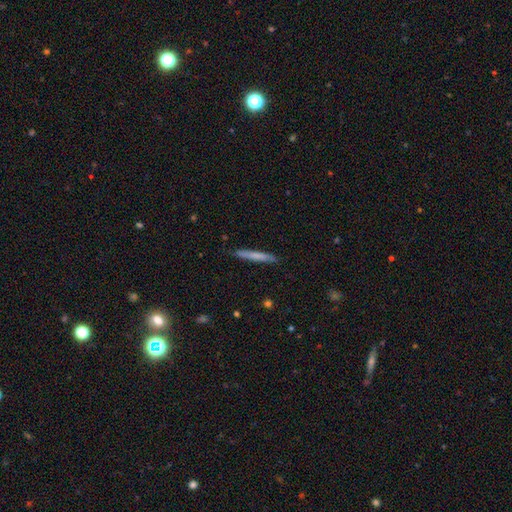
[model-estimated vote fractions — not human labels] smooth-or-featured: smooth: 65% | featured or disk: 30% | star or artifact: 6%
  how-rounded: cigar-shaped: 96% | in between: 2% | round: 1%
  merging: none: 88% | minor disturbance: 9% | major disturbance: 2% | merger: 1%